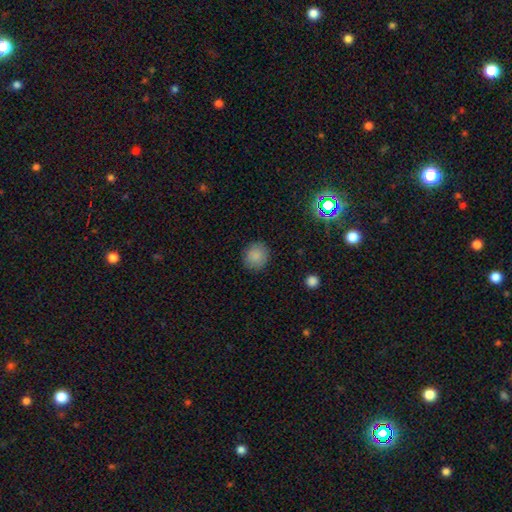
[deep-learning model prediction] The model was most divided on "smooth or featured": smooth: 86%, star or artifact: 9%, featured or disk: 5%. More confident: merging — none (89%); how rounded — round (88%).